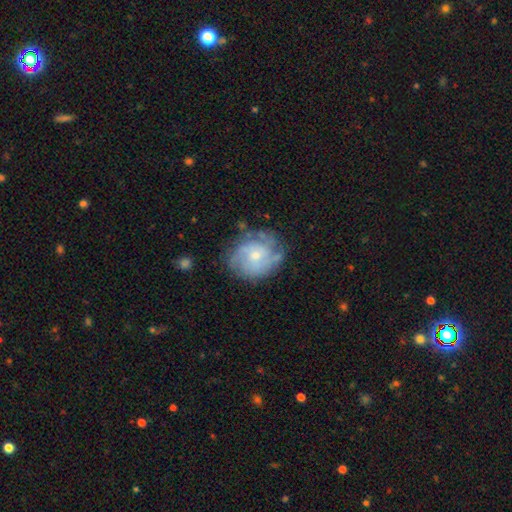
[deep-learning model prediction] Q: Smooth or featured?
A: featured or disk (69%); runner-up: smooth (24%)
Q: Edge-on disk?
A: no (98%); runner-up: yes (2%)
Q: Bar?
A: no (77%); runner-up: weak (20%)
Q: Spiral arms?
A: yes (83%); runner-up: no (17%)
Q: Spiral winding?
A: tight (53%); runner-up: medium (34%)
Q: Spiral arm count?
A: can't tell (45%); runner-up: 3 (18%)
Q: Bulge size?
A: small (56%); runner-up: moderate (39%)
Q: Merging?
A: none (68%); runner-up: minor disturbance (21%)